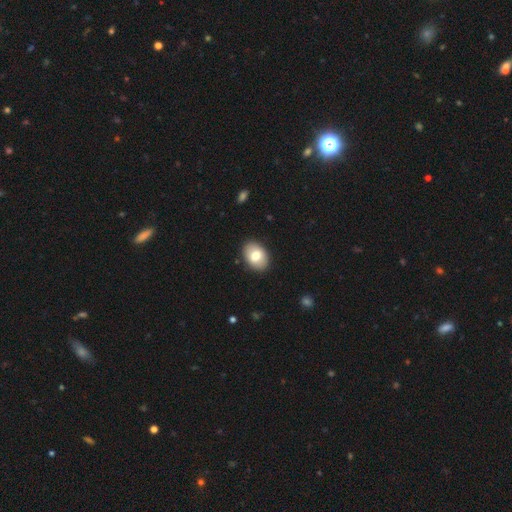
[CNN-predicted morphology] Smooth or featured? smooth (76%)
How rounded? in between (81%)
Merging? none (89%)